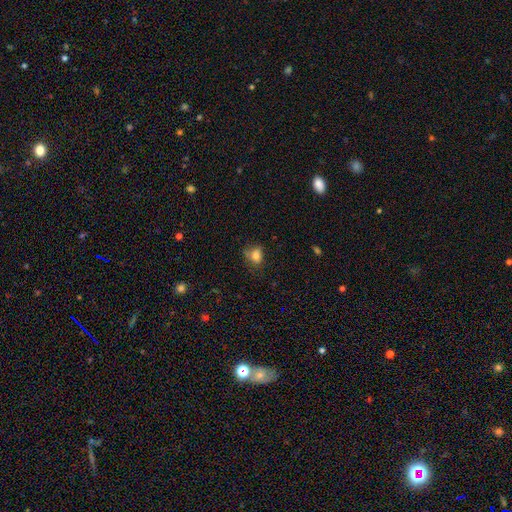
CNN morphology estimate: Smooth or featured: smooth — 77% (star or artifact — 12%)
How rounded: in between — 54% (round — 44%)
Merging: none — 53% (minor disturbance — 30%)